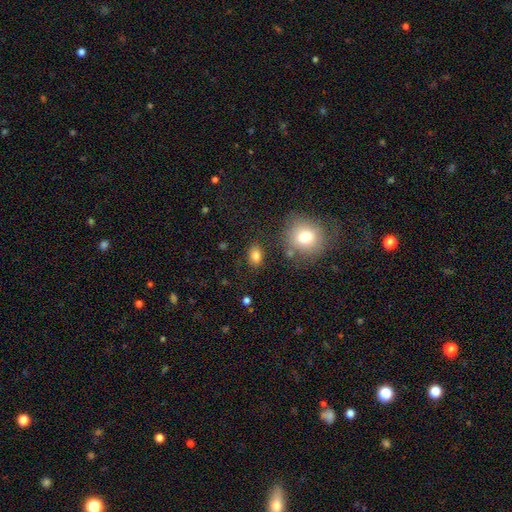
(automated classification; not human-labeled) Smooth or featured?
  - smooth: 82% *
  - star or artifact: 11%
  - featured or disk: 7%
How rounded?
  - in between: 71% *
  - round: 28%
  - cigar-shaped: 1%
Merging?
  - none: 82% *
  - minor disturbance: 11%
  - merger: 4%
  - major disturbance: 3%